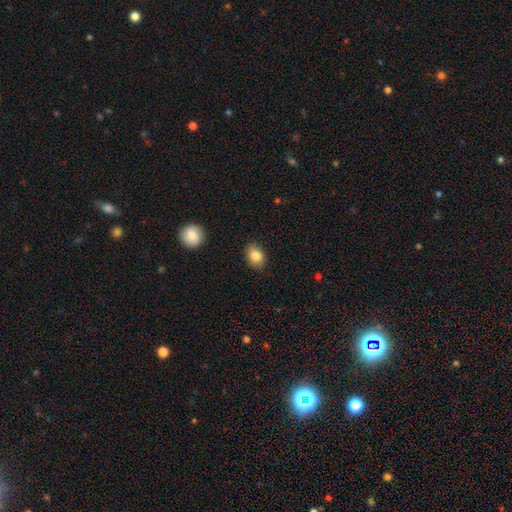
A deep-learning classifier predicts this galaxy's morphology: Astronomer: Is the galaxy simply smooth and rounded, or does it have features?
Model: smooth — 84%.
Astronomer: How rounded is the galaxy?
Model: in between — 68%.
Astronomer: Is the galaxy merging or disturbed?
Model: none — 84%.